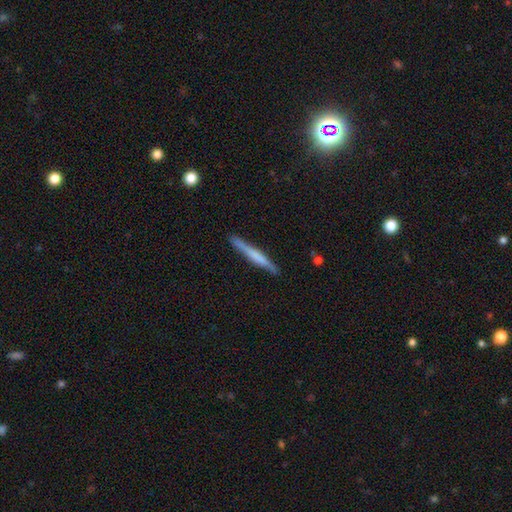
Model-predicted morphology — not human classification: Smooth or featured? smooth (48%)
Merging? none (87%)